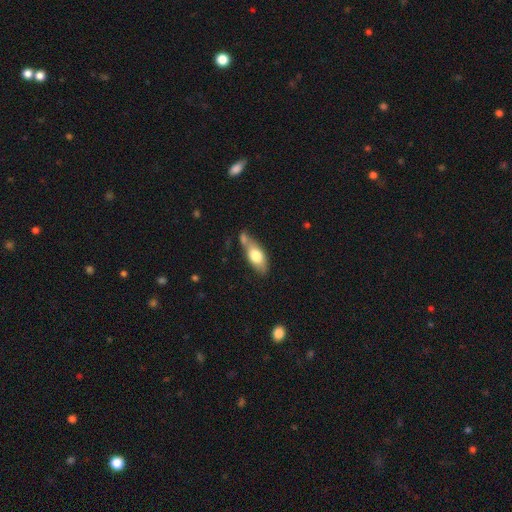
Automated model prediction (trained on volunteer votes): Overall: smooth (69%). How rounded: in between (81%). Merging: none (49%; merger 24%).